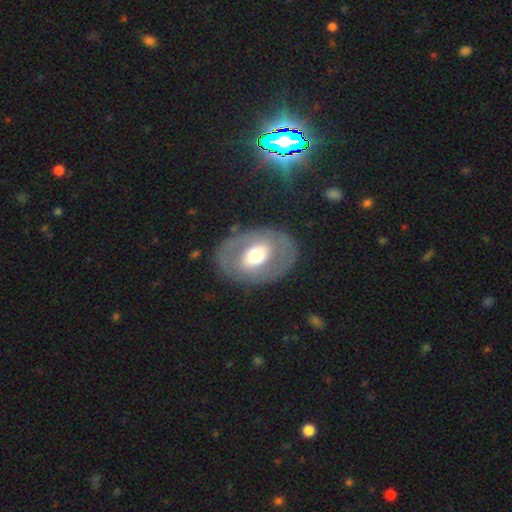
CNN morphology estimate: smooth_or_featured: featured or disk (p=0.54) [alt: smooth p=0.39]
disk_edge_on: no (p=0.93) [alt: yes p=0.07]
bar: no (p=0.51) [alt: weak p=0.28]
has_spiral_arms: no (p=0.77) [alt: yes p=0.23]
bulge_size: moderate (p=0.57) [alt: large p=0.31]
merging: none (p=0.79) [alt: minor disturbance p=0.12]